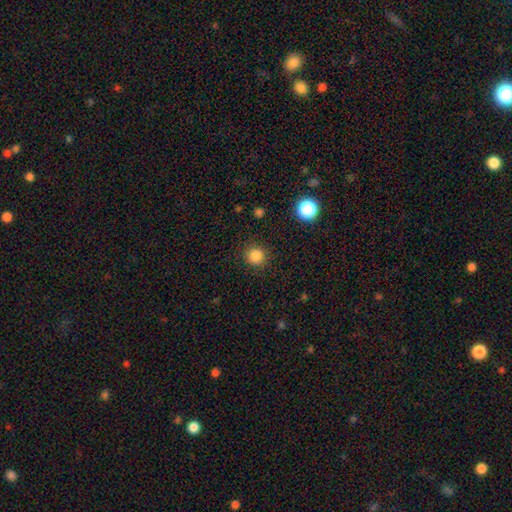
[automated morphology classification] The model was most divided on "smooth or featured": smooth: 85%, star or artifact: 12%, featured or disk: 3%. More confident: how rounded — round (94%); merging — none (90%).